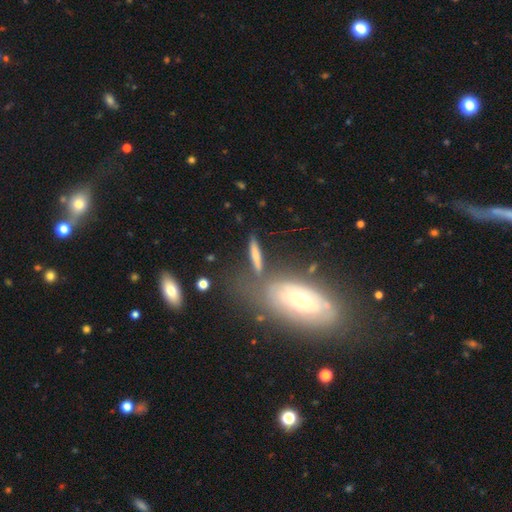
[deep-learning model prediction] smooth-or-featured: smooth: 63% | featured or disk: 28% | star or artifact: 9%
  how-rounded: cigar-shaped: 78% | in between: 17% | round: 6%
  merging: none: 68% | minor disturbance: 13% | merger: 12% | major disturbance: 6%